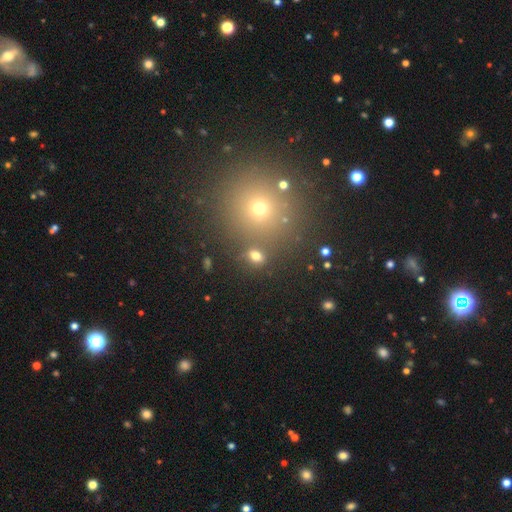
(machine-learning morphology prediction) type=smooth (69%); roundness=in between (53%); merging=none (74%).